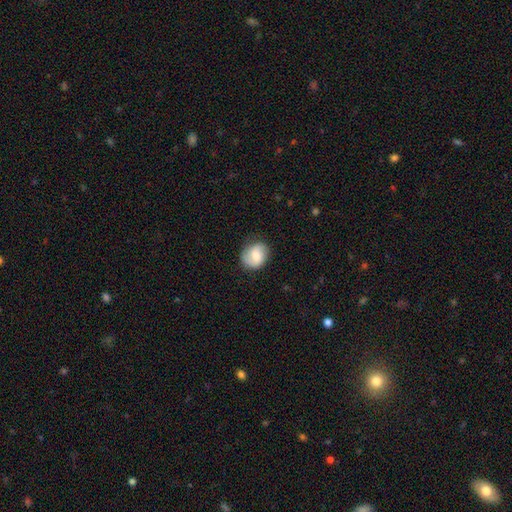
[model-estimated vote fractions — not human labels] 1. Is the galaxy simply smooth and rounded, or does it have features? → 60% smooth, 33% featured or disk, 7% star or artifact.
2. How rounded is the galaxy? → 62% round, 37% in between, 1% cigar-shaped.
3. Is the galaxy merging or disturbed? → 77% none, 17% minor disturbance, 4% major disturbance, 1% merger.